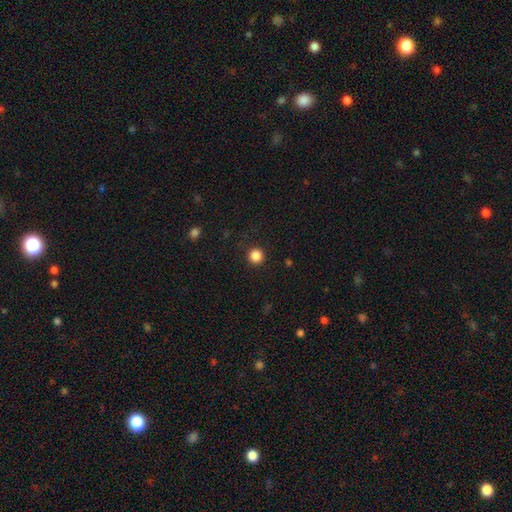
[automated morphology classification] A smooth galaxy with no disk features (86%) that is round (95%).

Vote fractions:
- Smooth or featured? smooth: 86% / star or artifact: 11% / featured or disk: 3%
- How rounded? round: 95% / in between: 4% / cigar-shaped: 1%
- Merging? none: 92% / minor disturbance: 5% / major disturbance: 2% / merger: 1%